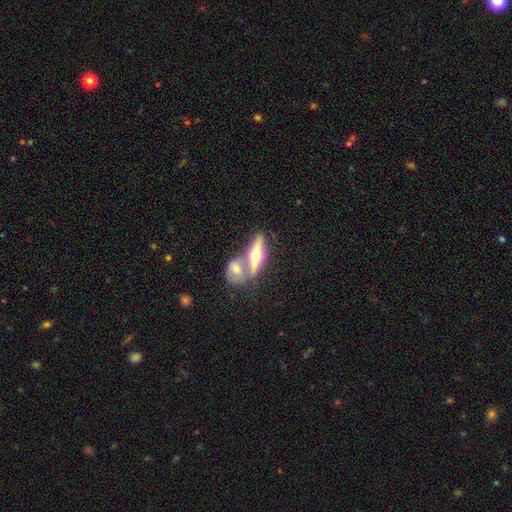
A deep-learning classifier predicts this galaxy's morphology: Smooth or featured? Predicted: featured or disk (p=0.60). Edge-on disk? Predicted: yes (p=0.90). Edge-on bulge? Predicted: rounded (p=0.95). Merging? Predicted: none (p=0.45).